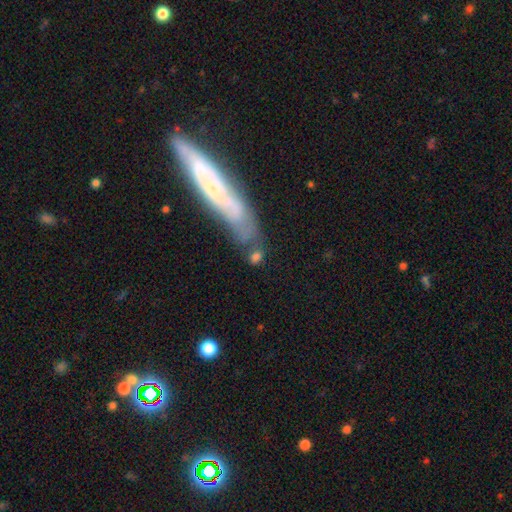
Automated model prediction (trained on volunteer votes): A smooth galaxy with no disk features (52%) that is cigar-shaped (47%). Merging: none (49%).